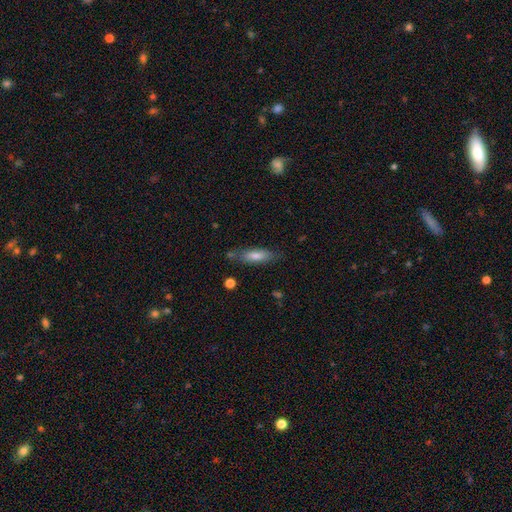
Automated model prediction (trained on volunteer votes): Morphology: type=smooth (69%); roundness=cigar-shaped (52%); merging=none (75%).